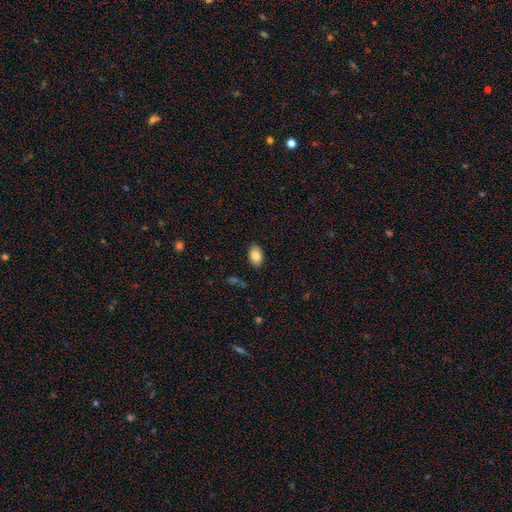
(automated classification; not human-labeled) Morphology: type=smooth (86%); roundness=in between (89%); merging=none (87%).